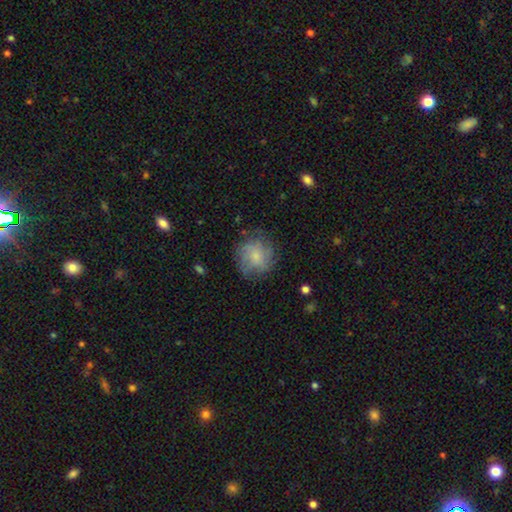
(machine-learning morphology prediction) Smooth or featured? smooth (49%)
Merging? none (73%)